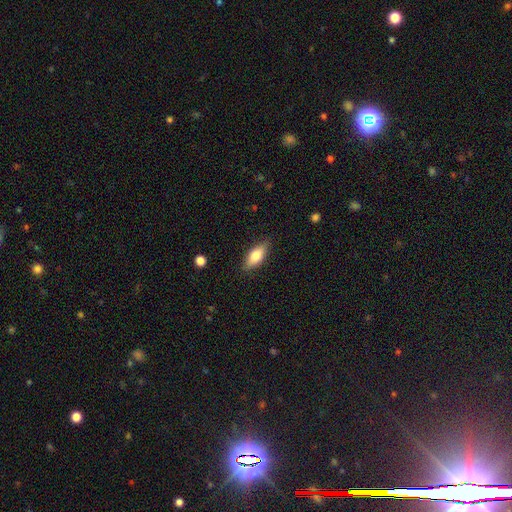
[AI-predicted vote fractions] This appears to be a smooth galaxy with no disk features (72%) that is in between round and cigar-shaped (76%). Merging: none (86%).